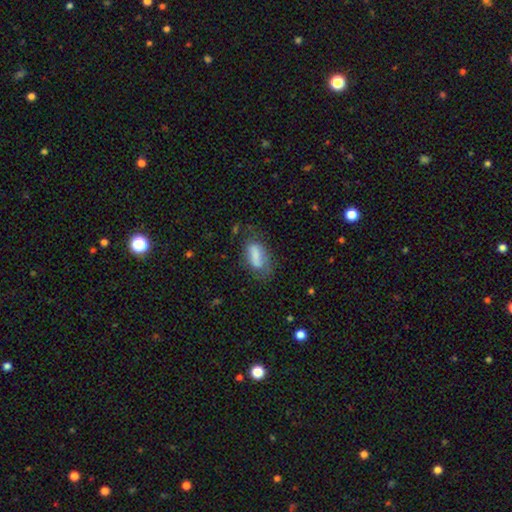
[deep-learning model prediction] The model was most divided on "merging": none: 49%, minor disturbance: 29%, major disturbance: 19%, merger: 4%. More confident: how rounded — in between (82%); smooth or featured — smooth (70%).